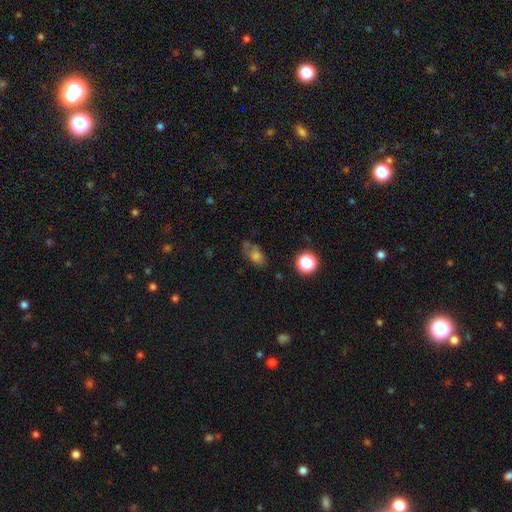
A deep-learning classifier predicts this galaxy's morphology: smooth_or_featured: smooth (p=0.70) [alt: star or artifact p=0.16]
how_rounded: in between (p=0.76) [alt: round p=0.20]
merging: none (p=0.55) [alt: minor disturbance p=0.25]